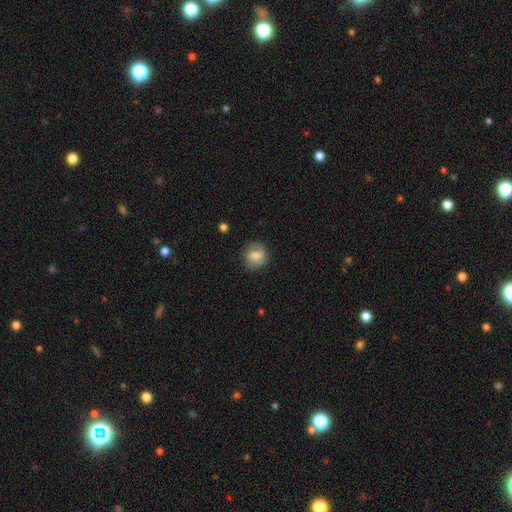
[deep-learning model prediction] smooth-or-featured: smooth: 69% | featured or disk: 23% | star or artifact: 8%
  how-rounded: round: 85% | in between: 14% | cigar-shaped: 1%
  merging: none: 80% | minor disturbance: 15% | major disturbance: 4% | merger: 1%